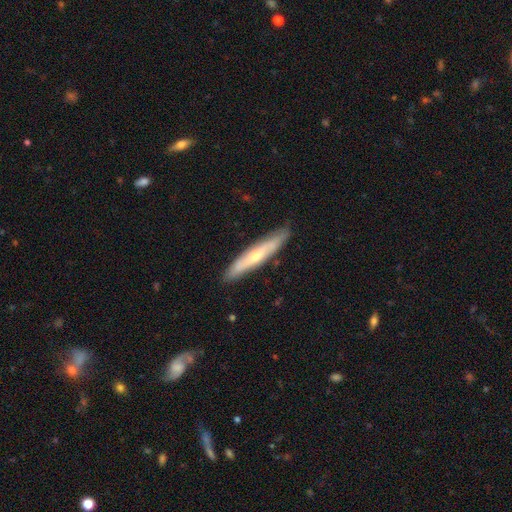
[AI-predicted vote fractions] Smooth or featured?
  - featured or disk: 55% *
  - smooth: 37%
  - star or artifact: 7%
Edge-on disk?
  - yes: 87% *
  - no: 13%
Merging?
  - none: 87% *
  - minor disturbance: 10%
  - major disturbance: 2%
  - merger: 1%